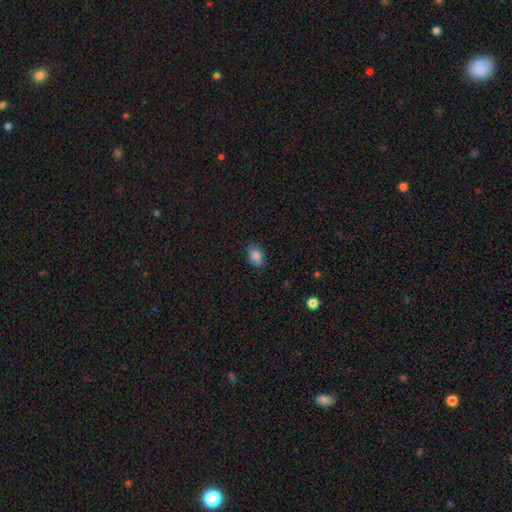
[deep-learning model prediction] smooth-or-featured: smooth: 85% | star or artifact: 9% | featured or disk: 6%
  how-rounded: in between: 80% | round: 19% | cigar-shaped: 1%
  merging: none: 84% | minor disturbance: 13% | major disturbance: 3% | merger: 1%